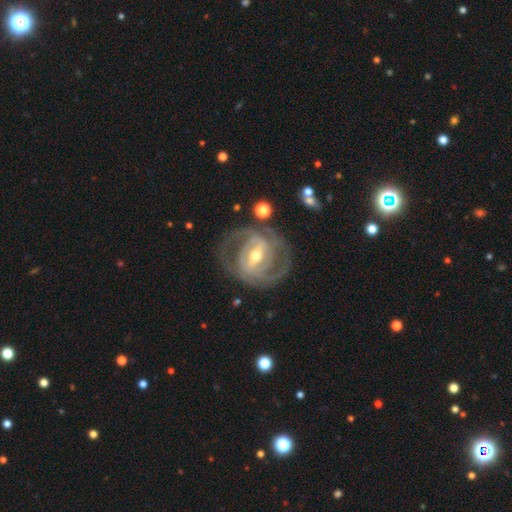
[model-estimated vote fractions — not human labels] The model was most divided on "spiral winding": tight: 54%, medium: 39%, loose: 7%. More confident: edge-on disk — no (97%); spiral arms — yes (95%); smooth or featured — featured or disk (91%); merging — none (76%); spiral arm count — 2 (60%); bulge size — moderate (56%); bar — strong (55%).